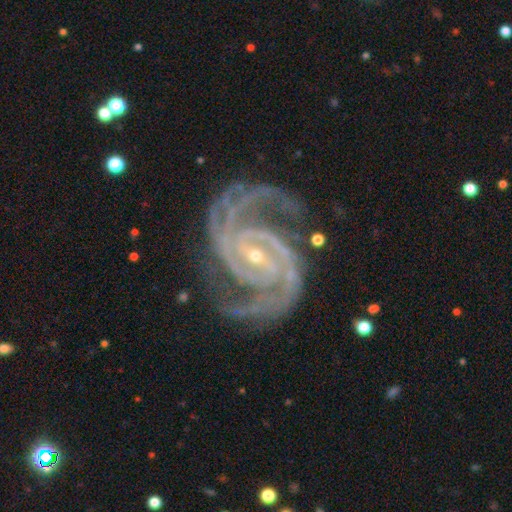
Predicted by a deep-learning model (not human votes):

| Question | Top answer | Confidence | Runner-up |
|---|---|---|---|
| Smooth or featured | featured or disk | 94% | star or artifact (4%) |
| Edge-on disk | no | 98% | yes (2%) |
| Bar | strong | 45% | weak (36%) |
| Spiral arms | yes | 99% | no (1%) |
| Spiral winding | medium | 47% | tight (45%) |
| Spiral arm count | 2 | 54% | 3 (20%) |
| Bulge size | small | 82% | moderate (15%) |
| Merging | none | 67% | minor disturbance (19%) |